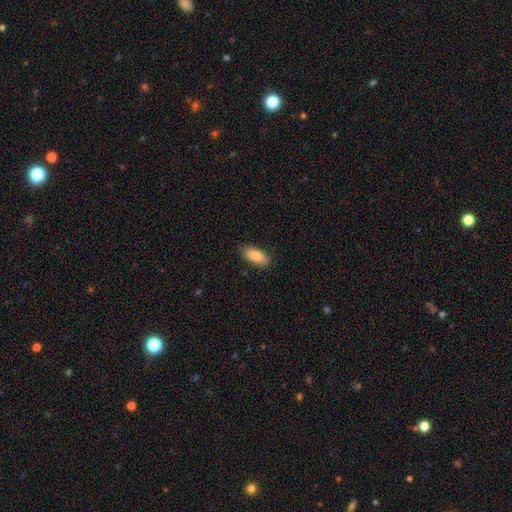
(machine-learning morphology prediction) A smooth galaxy with no disk features (86%) that is in between round and cigar-shaped (84%).

Vote fractions:
- Smooth or featured? smooth: 86% / featured or disk: 8% / star or artifact: 6%
- How rounded? in between: 84% / cigar-shaped: 14% / round: 2%
- Merging? none: 85% / minor disturbance: 12% / major disturbance: 2% / merger: 1%